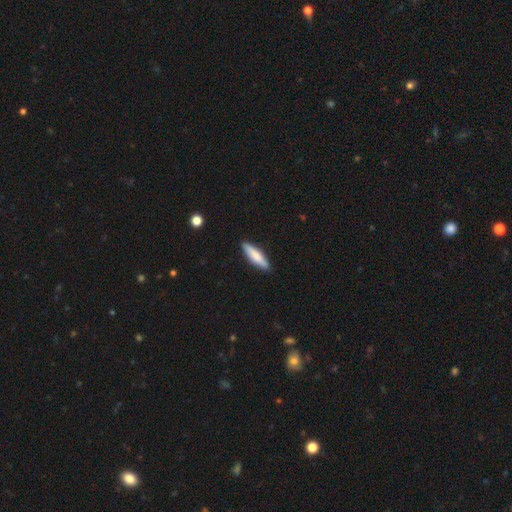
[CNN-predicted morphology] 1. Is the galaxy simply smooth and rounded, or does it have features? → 74% smooth, 21% featured or disk, 5% star or artifact.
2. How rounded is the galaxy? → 74% cigar-shaped, 25% in between, 1% round.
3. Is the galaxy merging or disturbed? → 89% none, 9% minor disturbance, 2% major disturbance, 1% merger.